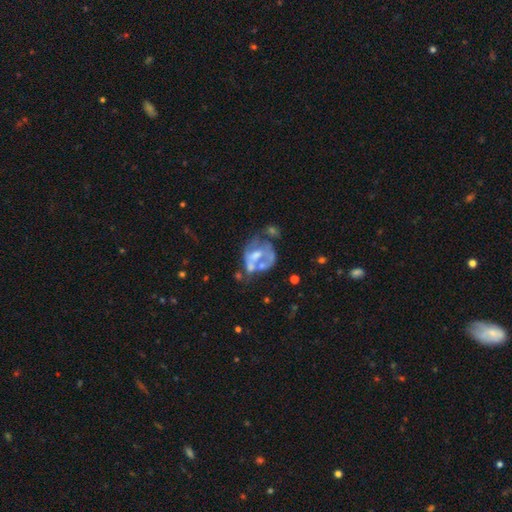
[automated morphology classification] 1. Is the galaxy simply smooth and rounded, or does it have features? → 66% featured or disk, 23% smooth, 11% star or artifact.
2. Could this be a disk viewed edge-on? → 97% no, 3% yes.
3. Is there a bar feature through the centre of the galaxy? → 72% no, 21% weak, 7% strong.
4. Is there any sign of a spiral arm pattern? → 73% no, 27% yes.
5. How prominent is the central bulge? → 44% moderate, 25% small, 23% none, 6% large, 2% dominant.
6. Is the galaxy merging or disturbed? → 30% merger, 28% major disturbance, 26% none, 16% minor disturbance.